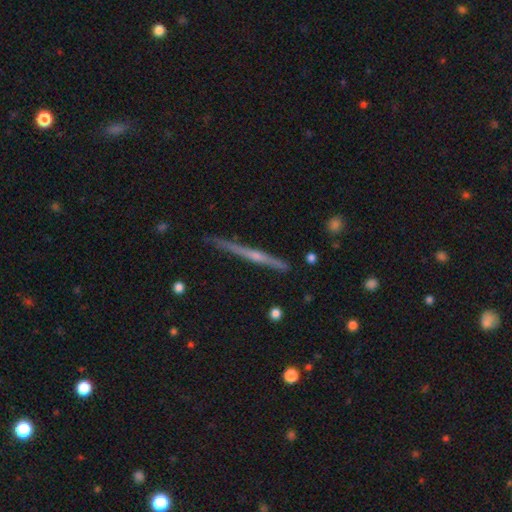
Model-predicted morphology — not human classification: Smooth or featured: featured or disk — 69% (smooth — 20%)
Edge-on disk: yes — 97% (no — 3%)
Edge-on bulge: rounded — 64% (none — 27%)
Merging: none — 87% (minor disturbance — 8%)